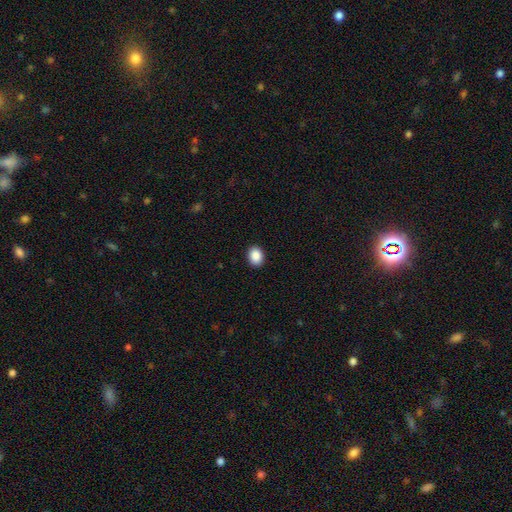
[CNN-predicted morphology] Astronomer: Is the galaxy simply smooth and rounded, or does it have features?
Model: smooth — 89%.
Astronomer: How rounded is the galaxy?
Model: in between — 63%.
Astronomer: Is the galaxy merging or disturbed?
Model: none — 91%.